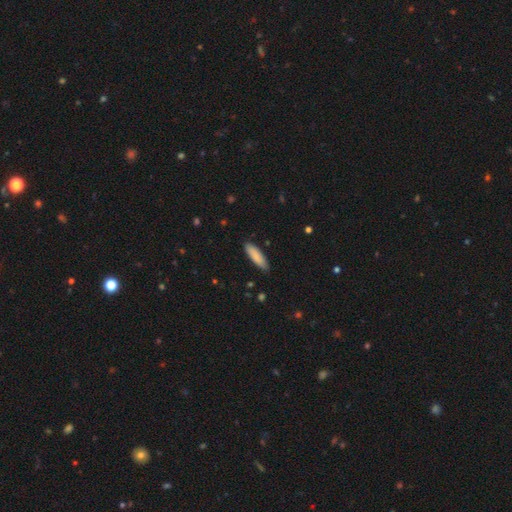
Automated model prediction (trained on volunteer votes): smooth-or-featured: smooth: 86% | featured or disk: 8% | star or artifact: 6%
  how-rounded: cigar-shaped: 58% | in between: 40% | round: 1%
  merging: none: 86% | minor disturbance: 11% | major disturbance: 2% | merger: 1%